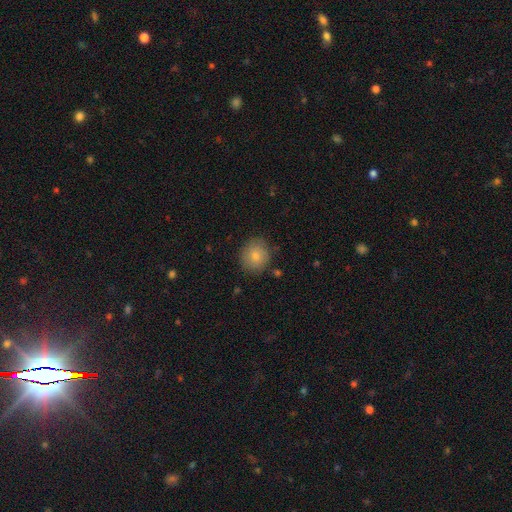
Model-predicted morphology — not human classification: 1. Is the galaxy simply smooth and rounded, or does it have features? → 82% smooth, 10% featured or disk, 8% star or artifact.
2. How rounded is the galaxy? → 83% round, 16% in between, 1% cigar-shaped.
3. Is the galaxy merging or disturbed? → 83% none, 12% minor disturbance, 3% major disturbance, 2% merger.